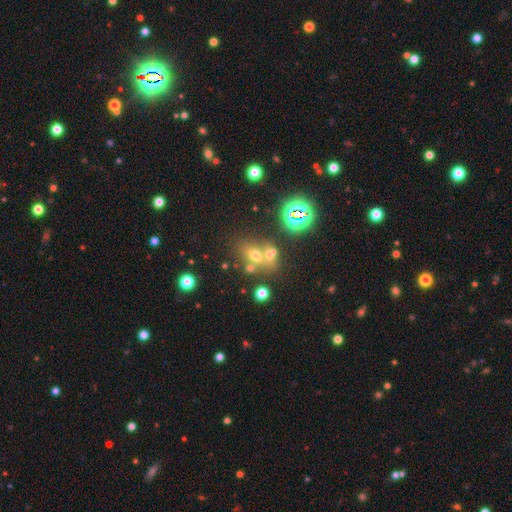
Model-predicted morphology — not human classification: This is possibly a smooth galaxy (55%). How rounded: possibly in between (53%). Merging: marginally merger (44%).